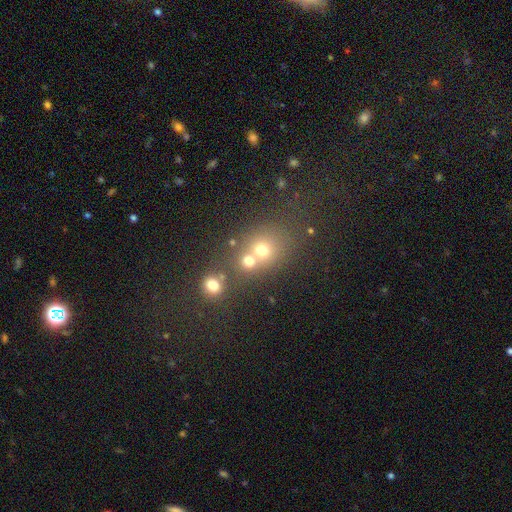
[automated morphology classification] A smooth galaxy with no disk features (56%) that is round (70%). Merging: none (46%).